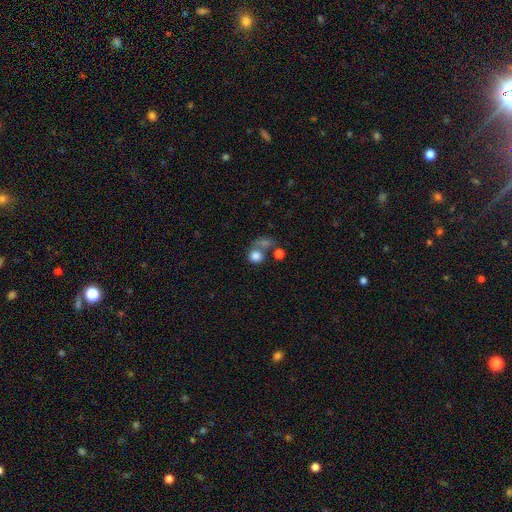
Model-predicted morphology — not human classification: Overall: smooth (80%). How rounded: round (84%). Merging: none (46%; merger 35%).